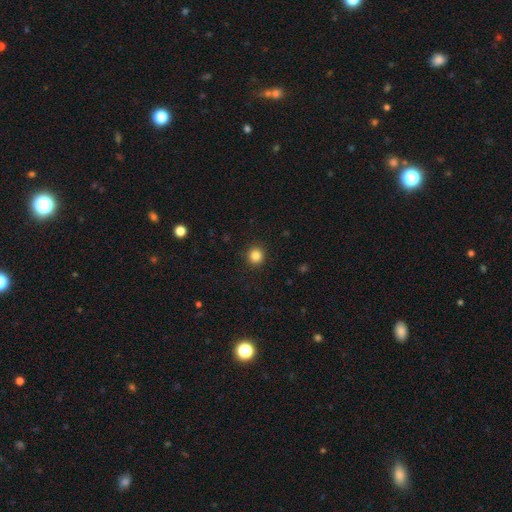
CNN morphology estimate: Q: Smooth or featured?
A: smooth (84%); runner-up: star or artifact (11%)
Q: How rounded?
A: round (94%); runner-up: in between (5%)
Q: Merging?
A: none (92%); runner-up: minor disturbance (5%)